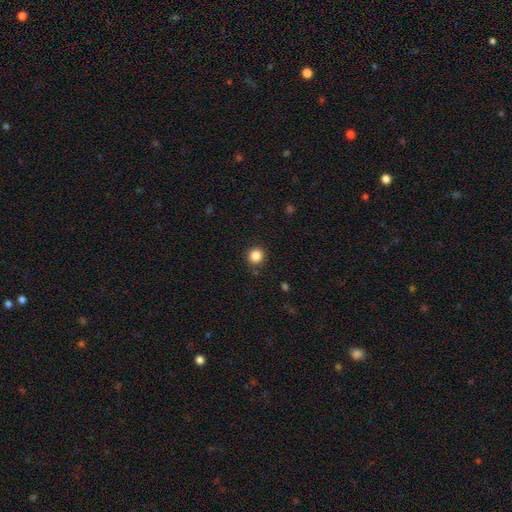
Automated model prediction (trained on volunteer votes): This is clearly a smooth galaxy (85%). How rounded: clearly round (91%). Merging: clearly none (90%).